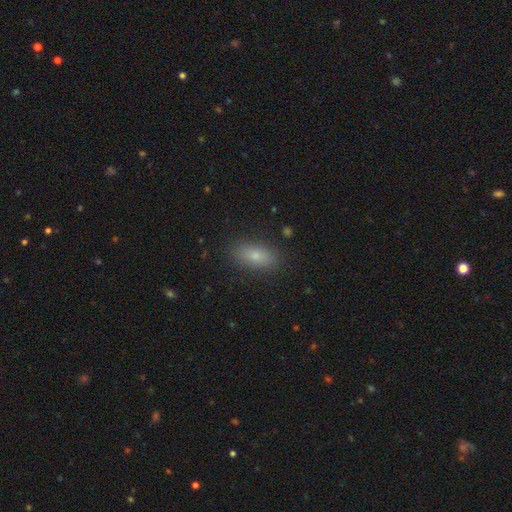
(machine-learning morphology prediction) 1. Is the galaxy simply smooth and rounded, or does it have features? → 77% smooth, 13% featured or disk, 9% star or artifact.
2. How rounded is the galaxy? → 83% in between, 12% cigar-shaped, 5% round.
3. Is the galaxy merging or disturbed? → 86% none, 10% minor disturbance, 3% major disturbance, 1% merger.